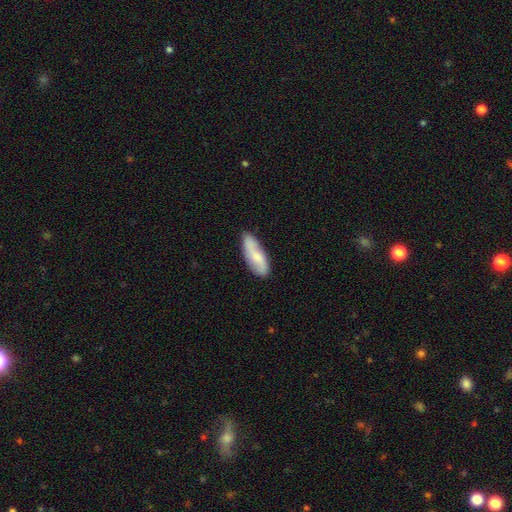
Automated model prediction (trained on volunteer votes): smooth 57%, featured or disk 37%, star or artifact 6%. Down the decision tree: how rounded — in between (67%); merging — none (77%).